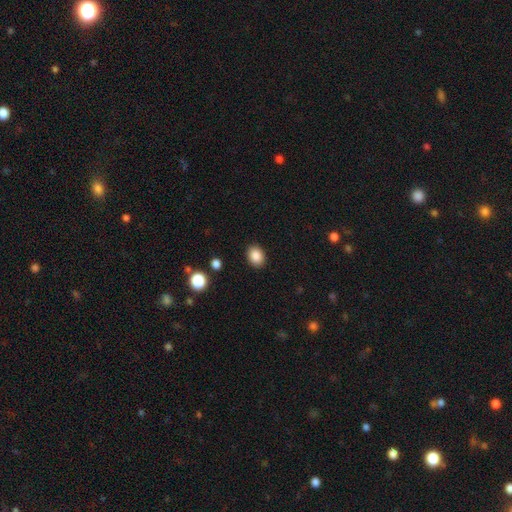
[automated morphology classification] This appears to be a smooth galaxy with no disk features (87%) that is in between round and cigar-shaped (58%). Merging: none (89%).